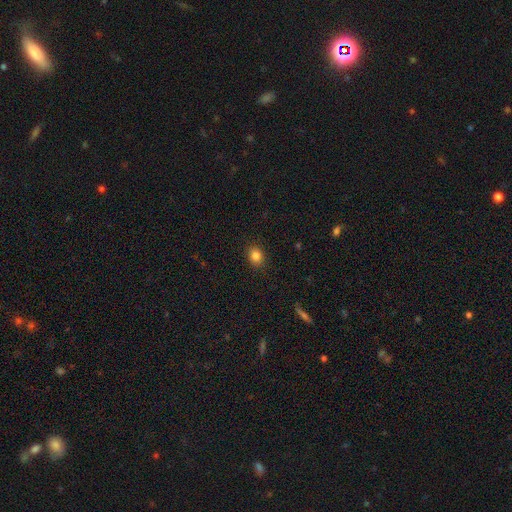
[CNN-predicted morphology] Overall: smooth (84%). How rounded: round (58%; in between 41%). Merging: none (89%).